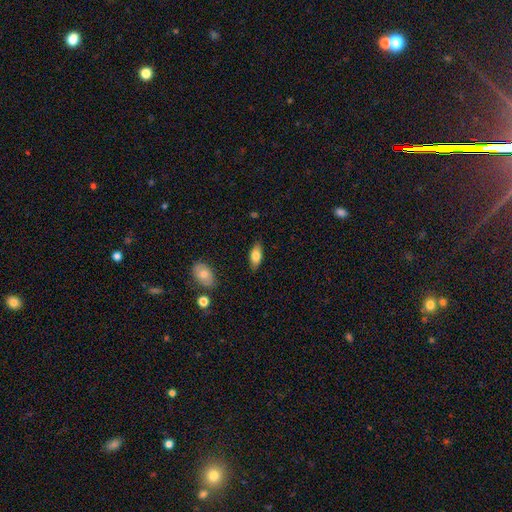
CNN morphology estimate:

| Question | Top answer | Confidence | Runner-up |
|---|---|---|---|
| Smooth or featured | smooth | 78% | featured or disk (16%) |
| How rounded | in between | 85% | cigar-shaped (12%) |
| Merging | none | 83% | minor disturbance (13%) |